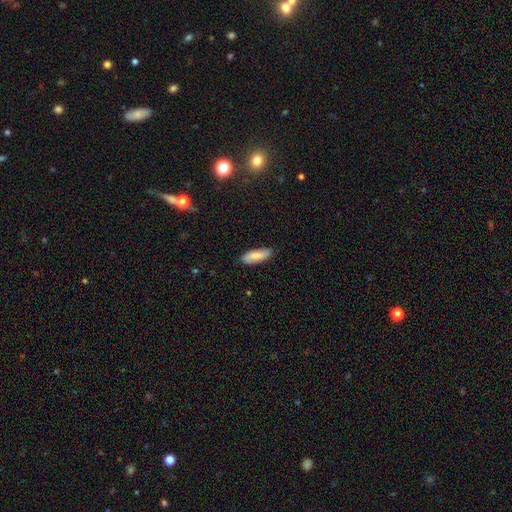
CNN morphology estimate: Smooth or featured: smooth — 73% (featured or disk — 21%)
How rounded: in between — 66% (cigar-shaped — 31%)
Merging: none — 82% (minor disturbance — 14%)